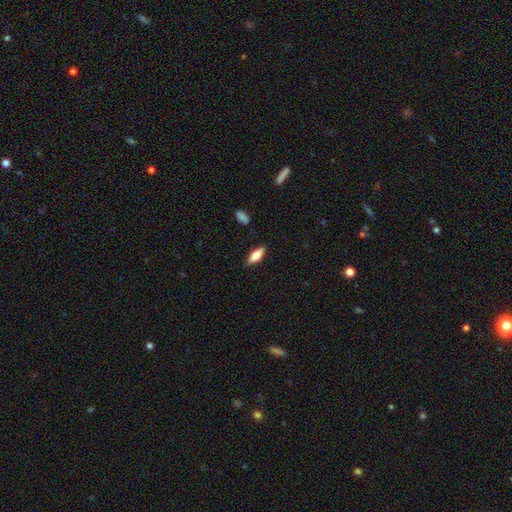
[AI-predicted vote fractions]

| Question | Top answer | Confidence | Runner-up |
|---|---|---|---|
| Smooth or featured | smooth | 69% | featured or disk (24%) |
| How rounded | in between | 67% | cigar-shaped (31%) |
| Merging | none | 85% | minor disturbance (11%) |